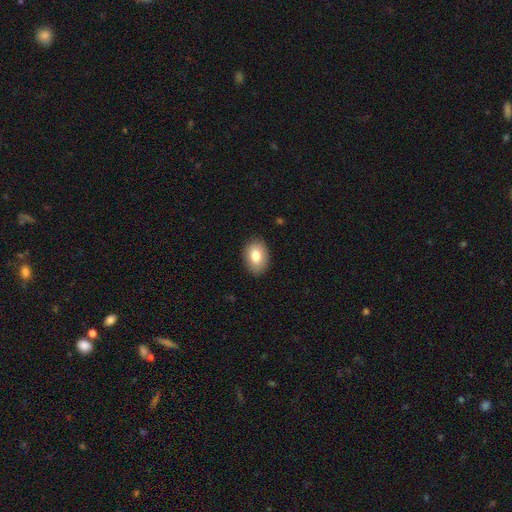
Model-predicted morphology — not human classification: A smooth galaxy with no disk features (82%) that is in between round and cigar-shaped (80%).

Vote fractions:
- Smooth or featured? smooth: 82% / featured or disk: 10% / star or artifact: 8%
- How rounded? in between: 80% / round: 19% / cigar-shaped: 1%
- Merging? none: 87% / minor disturbance: 10% / major disturbance: 2% / merger: 1%